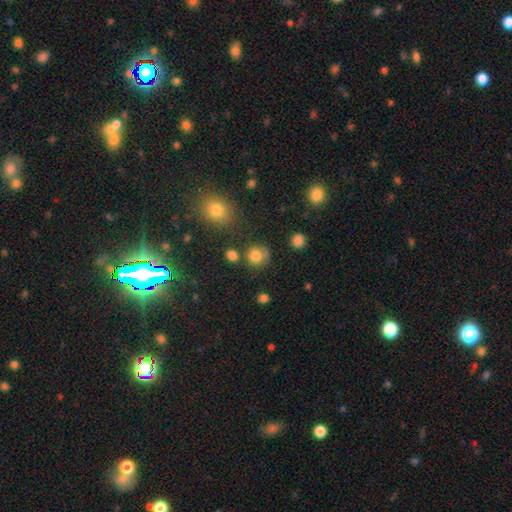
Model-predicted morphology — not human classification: smooth-or-featured: smooth: 81% | star or artifact: 12% | featured or disk: 7%
  how-rounded: round: 86% | in between: 13% | cigar-shaped: 1%
  merging: none: 71% | minor disturbance: 15% | merger: 8% | major disturbance: 6%